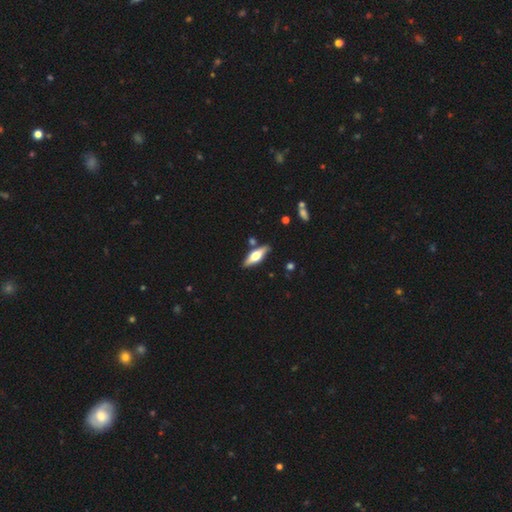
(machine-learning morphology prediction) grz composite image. It shows a featured or disk galaxy (57%) viewed edge-on (93%) with a rounded central bulge (92%). Merging: none (84%).